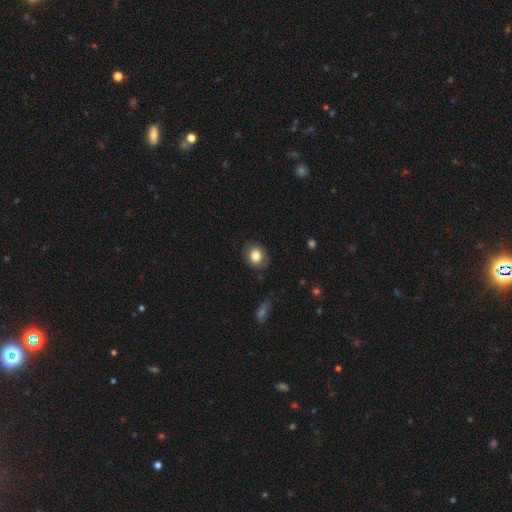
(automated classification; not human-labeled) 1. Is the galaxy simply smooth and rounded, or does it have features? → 82% smooth, 10% featured or disk, 8% star or artifact.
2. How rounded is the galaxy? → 50% round, 49% in between, 1% cigar-shaped.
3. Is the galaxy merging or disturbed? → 82% none, 13% minor disturbance, 3% major disturbance, 1% merger.